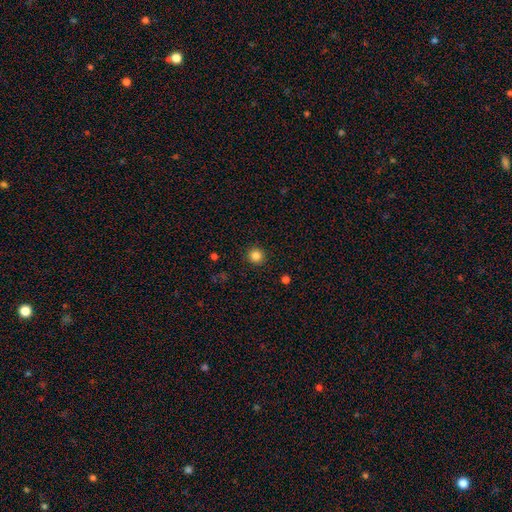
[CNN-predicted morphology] Smooth or featured? Predicted: smooth (p=0.84). How rounded? Predicted: round (p=0.95). Merging? Predicted: none (p=0.92).